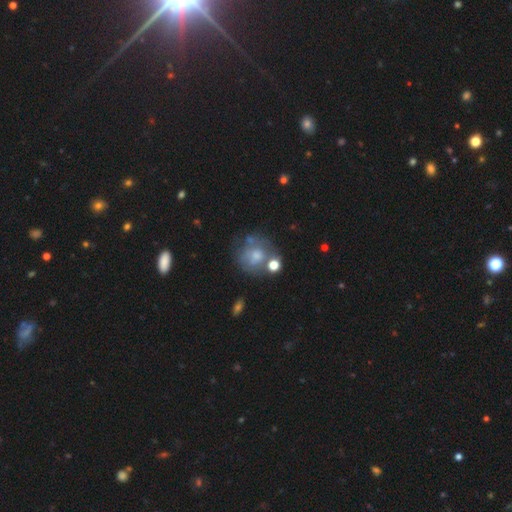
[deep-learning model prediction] This is possibly a smooth galaxy (54%). How rounded: likely round (79%). Merging: possibly none (46%).